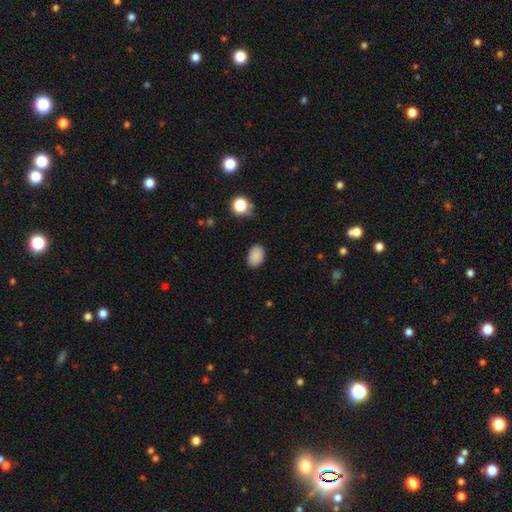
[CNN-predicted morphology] This is clearly a smooth galaxy (87%). How rounded: clearly in between (83%). Merging: clearly none (84%).